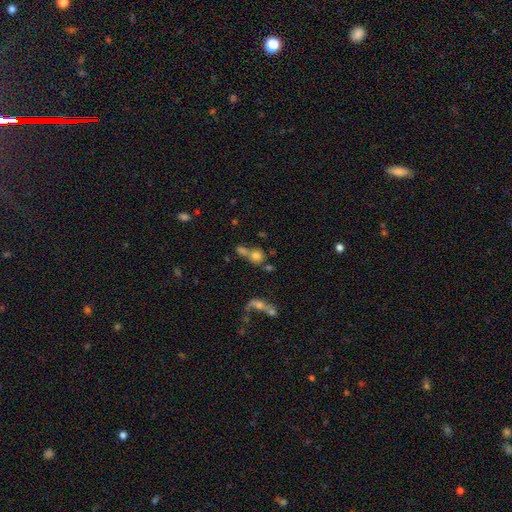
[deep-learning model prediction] smooth_or_featured: smooth (p=0.71) [alt: featured or disk p=0.16]
how_rounded: round (p=0.78) [alt: in between p=0.19]
merging: merger (p=0.46) [alt: none p=0.37]